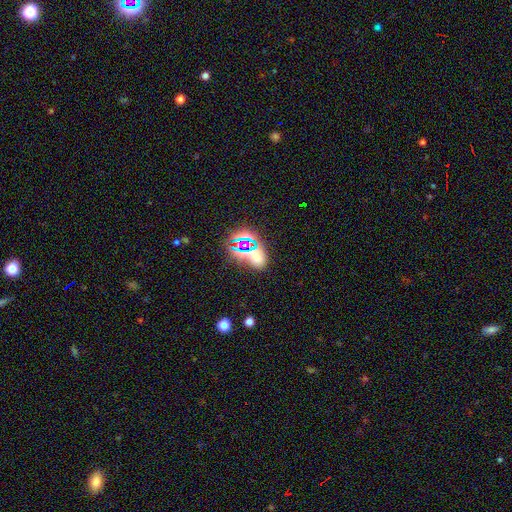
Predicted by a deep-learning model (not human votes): star or artifact 49%, smooth 39%, featured or disk 12%.